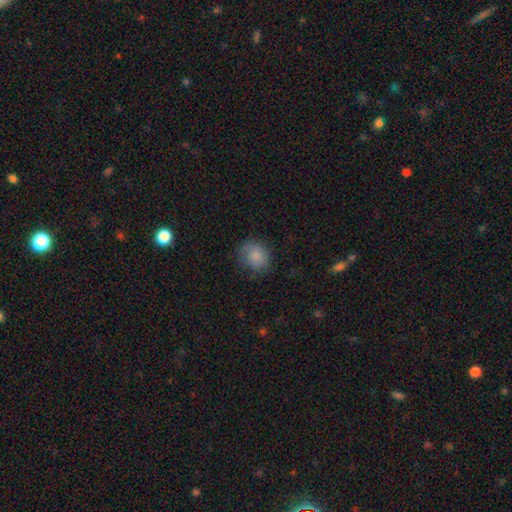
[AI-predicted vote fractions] A smooth galaxy with no disk features (85%) that is round (69%).

Vote fractions:
- Smooth or featured? smooth: 85% / star or artifact: 8% / featured or disk: 7%
- How rounded? round: 69% / in between: 30% / cigar-shaped: 1%
- Merging? none: 75% / minor disturbance: 18% / major disturbance: 6% / merger: 1%